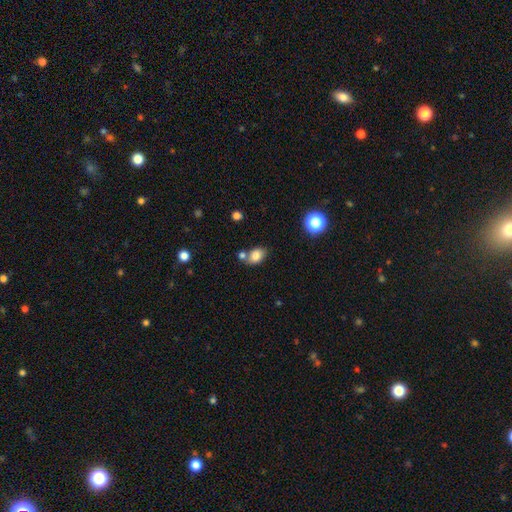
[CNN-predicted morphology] The model was most divided on "merging": none: 60%, merger: 21%, minor disturbance: 15%, major disturbance: 4%. More confident: smooth or featured — smooth (82%); how rounded — in between (75%).